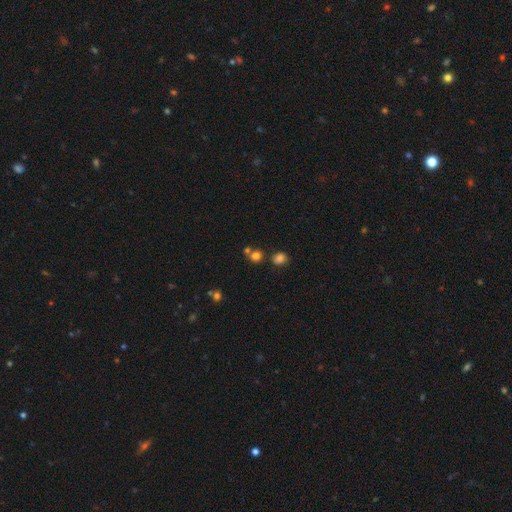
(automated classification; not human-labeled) Smooth or featured? smooth (73%)
How rounded? round (83%)
Merging? none (63%)